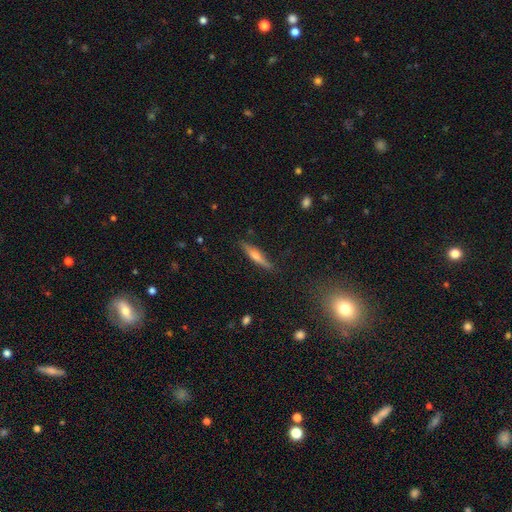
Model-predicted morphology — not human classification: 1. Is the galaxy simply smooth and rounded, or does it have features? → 59% featured or disk, 33% smooth, 8% star or artifact.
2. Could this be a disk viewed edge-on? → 95% yes, 5% no.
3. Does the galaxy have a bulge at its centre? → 84% rounded, 8% none, 8% boxy.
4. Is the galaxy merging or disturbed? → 87% none, 10% minor disturbance, 2% major disturbance, 1% merger.